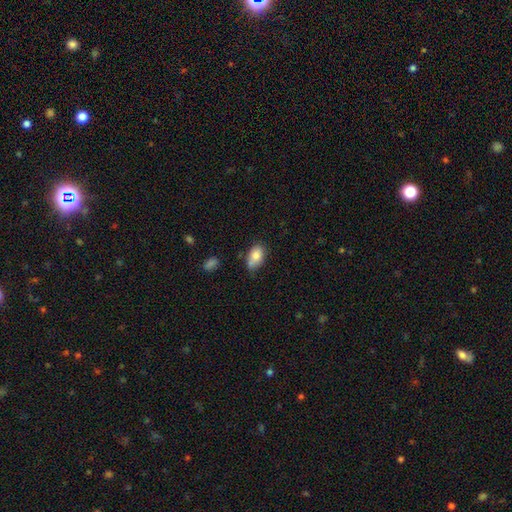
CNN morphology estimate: Smooth or featured? Predicted: smooth (p=0.82). How rounded? Predicted: in between (p=0.90). Merging? Predicted: none (p=0.58).